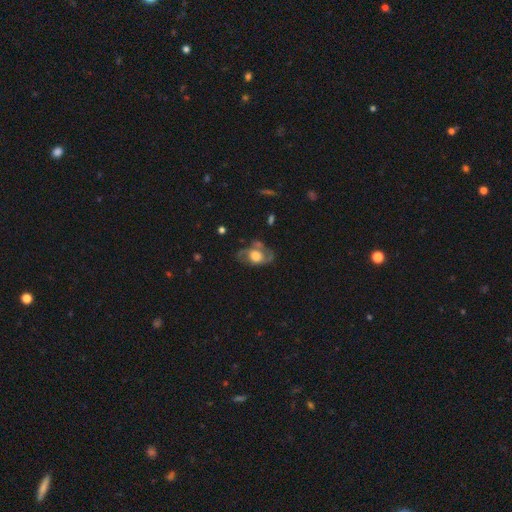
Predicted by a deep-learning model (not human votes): Smooth or featured?
  - featured or disk: 61% *
  - smooth: 31%
  - star or artifact: 8%
Edge-on disk?
  - no: 94% *
  - yes: 6%
Bar?
  - no: 77% *
  - weak: 19%
  - strong: 4%
Spiral arms?
  - yes: 69% *
  - no: 31%
Bulge size?
  - large: 58% *
  - moderate: 25%
  - dominant: 9%
  - small: 4%
  - none: 3%
Merging?
  - none: 53% *
  - minor disturbance: 24%
  - major disturbance: 19%
  - merger: 4%